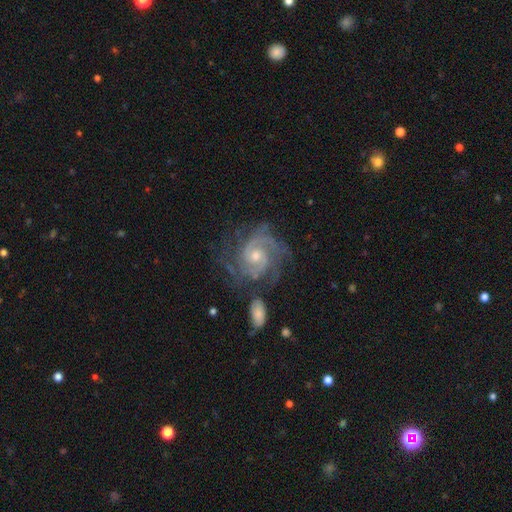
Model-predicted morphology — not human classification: smooth_or_featured: featured or disk (p=0.90) [alt: star or artifact p=0.05]
disk_edge_on: no (p=0.98) [alt: yes p=0.02]
bar: no (p=0.62) [alt: weak p=0.31]
has_spiral_arms: yes (p=0.98) [alt: no p=0.02]
spiral_winding: tight (p=0.58) [alt: medium p=0.36]
spiral_arm_count: 2 (p=0.44) [alt: 3 p=0.25]
bulge_size: moderate (p=0.50) [alt: small p=0.45]
merging: none (p=0.64) [alt: minor disturbance p=0.19]